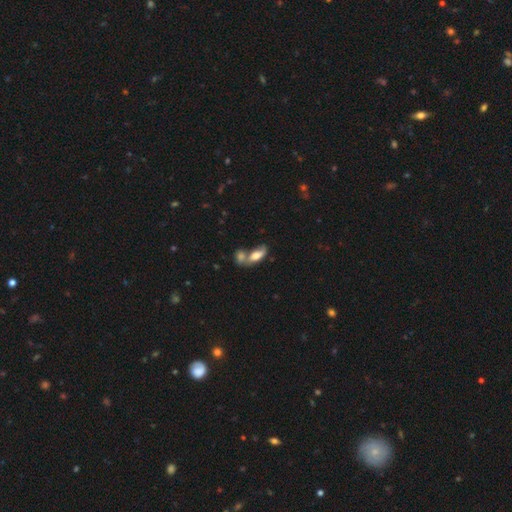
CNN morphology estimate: This appears to be a smooth galaxy with no disk features (65%) that is in between round and cigar-shaped (81%). Merging: merger (60%).